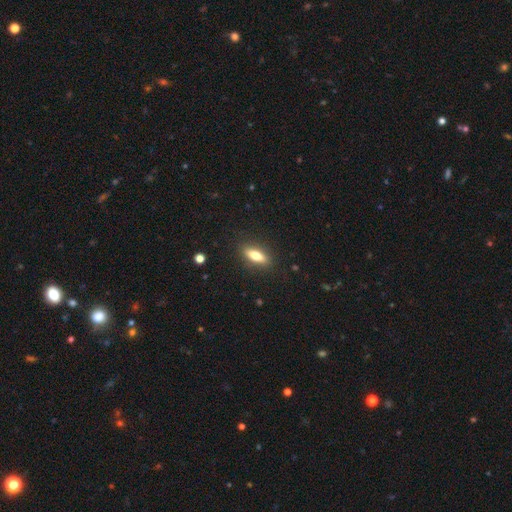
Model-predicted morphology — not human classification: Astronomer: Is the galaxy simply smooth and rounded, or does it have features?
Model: smooth — 69%.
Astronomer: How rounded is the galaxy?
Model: in between — 59% (runner-up: cigar-shaped, 37%).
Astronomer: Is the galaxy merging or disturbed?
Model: none — 87%.